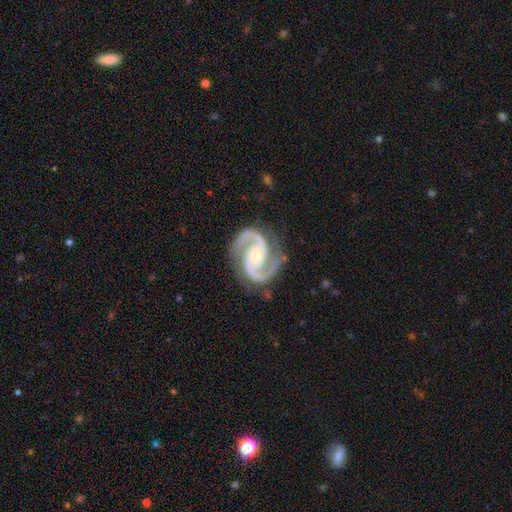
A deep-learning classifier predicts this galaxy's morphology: The model was most divided on "bulge size": small: 61%, moderate: 35%, none: 2%, large: 2%, dominant: 1%. More confident: spiral arms — yes (99%); edge-on disk — no (98%); spiral arm count — 2 (94%); smooth or featured — featured or disk (94%); merging — none (84%); spiral winding — medium (60%); bar — no (56%).